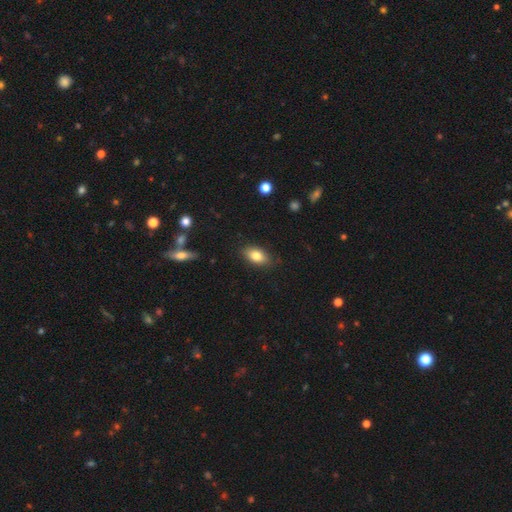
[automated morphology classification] type=smooth (80%); roundness=in between (89%); merging=none (85%).